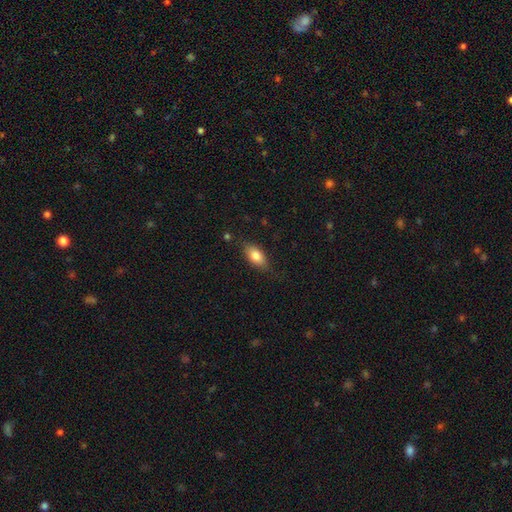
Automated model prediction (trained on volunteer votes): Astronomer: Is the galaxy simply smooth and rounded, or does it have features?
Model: smooth — 81%.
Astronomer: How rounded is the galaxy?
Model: in between — 87%.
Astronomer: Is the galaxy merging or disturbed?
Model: none — 78%.